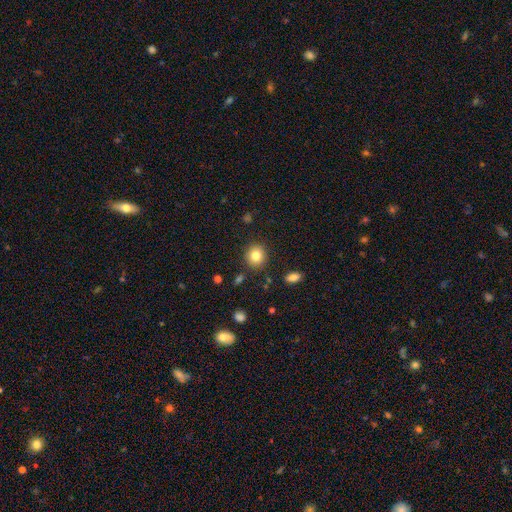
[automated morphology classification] smooth 82%, star or artifact 10%, featured or disk 8%. Down the decision tree: how rounded — round (87%); merging — none (88%).